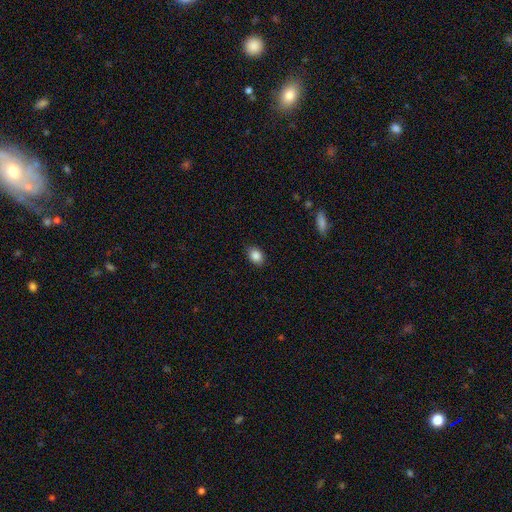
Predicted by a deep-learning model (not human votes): Overall: smooth (87%). How rounded: in between (72%). Merging: none (85%).